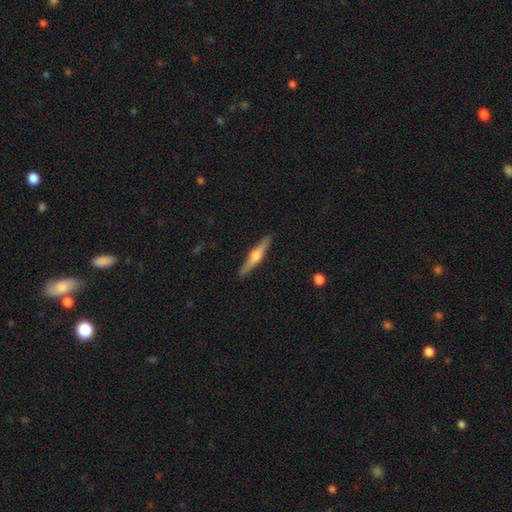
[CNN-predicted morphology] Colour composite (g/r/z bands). It shows a featured or disk galaxy (64%) viewed edge-on (97%) with a rounded central bulge (90%). Merging: none (91%).